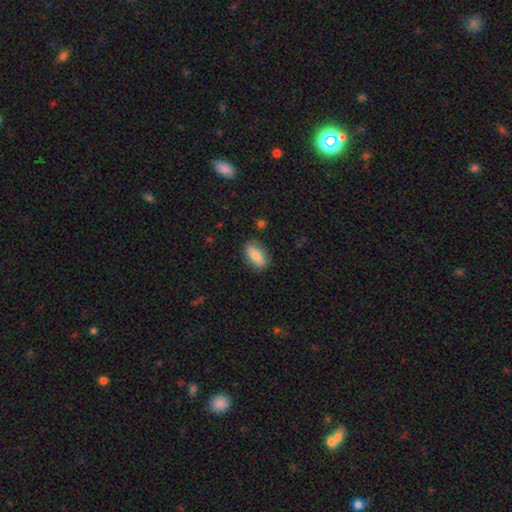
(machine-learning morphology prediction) Smooth or featured: smooth — 77% (featured or disk — 16%)
How rounded: in between — 84% (cigar-shaped — 10%)
Merging: none — 82% (minor disturbance — 13%)